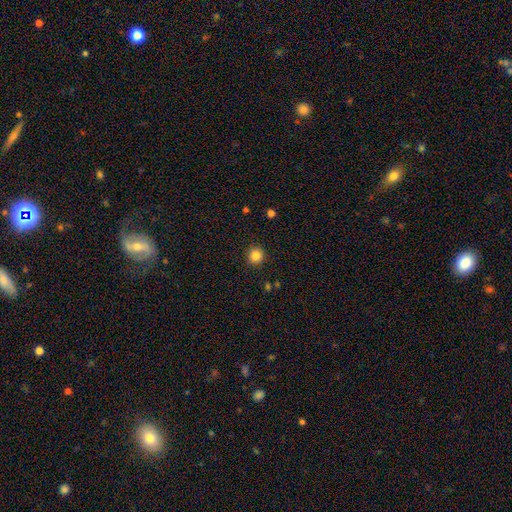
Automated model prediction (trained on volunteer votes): Overall: smooth (84%). How rounded: round (93%). Merging: none (92%).